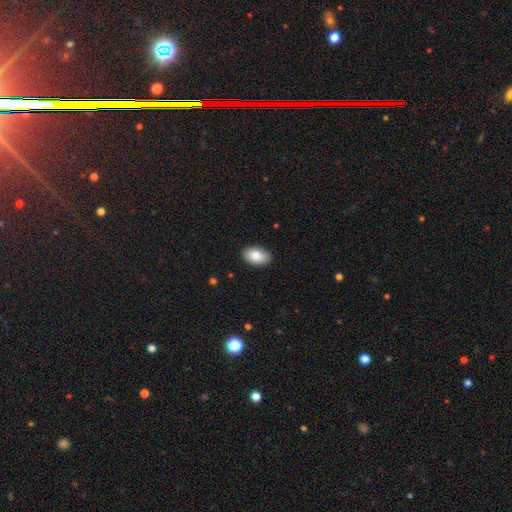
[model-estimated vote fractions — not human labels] A smooth galaxy with no disk features (84%) that is in between round and cigar-shaped (93%). Merging: none (89%).